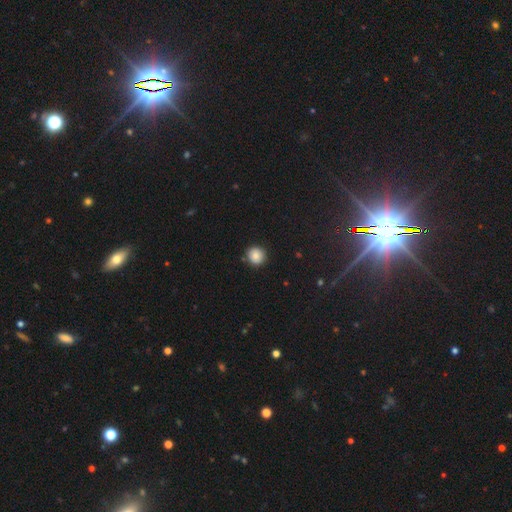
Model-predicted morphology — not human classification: smooth 82%, star or artifact 10%, featured or disk 8%. Down the decision tree: how rounded — round (93%); merging — none (88%).